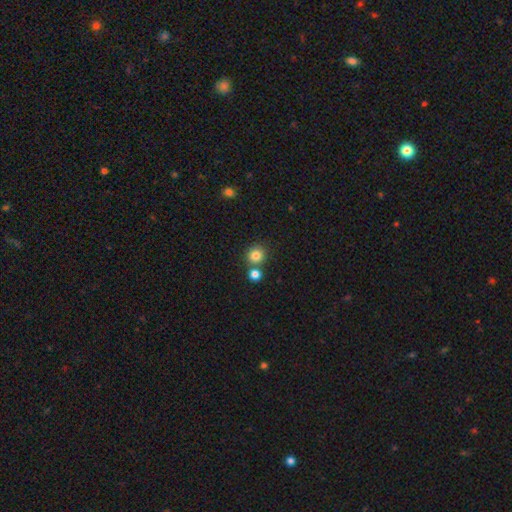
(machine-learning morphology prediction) Smooth or featured: smooth — 82% (star or artifact — 12%)
How rounded: round — 89% (in between — 10%)
Merging: none — 70% (merger — 21%)